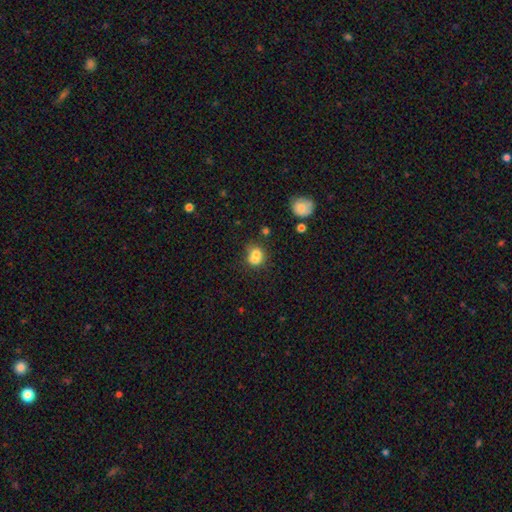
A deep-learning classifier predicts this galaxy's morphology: smooth 72%, featured or disk 17%, star or artifact 11%. Down the decision tree: how rounded — round (66%); merging — merger (51%).